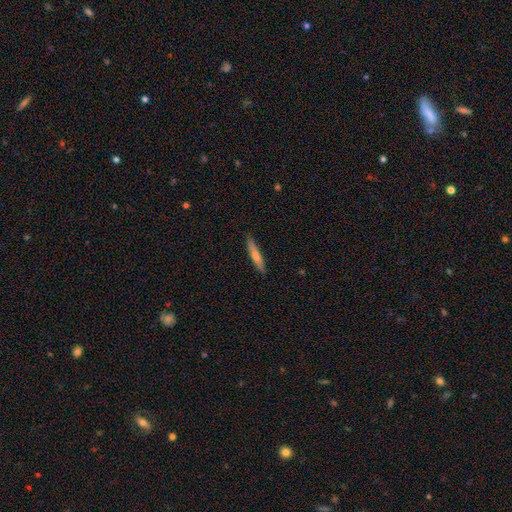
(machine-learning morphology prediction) Smooth or featured?
  - smooth: 58% *
  - featured or disk: 36%
  - star or artifact: 6%
How rounded?
  - cigar-shaped: 92% *
  - in between: 7%
  - round: 1%
Merging?
  - none: 89% *
  - minor disturbance: 8%
  - major disturbance: 1%
  - merger: 1%